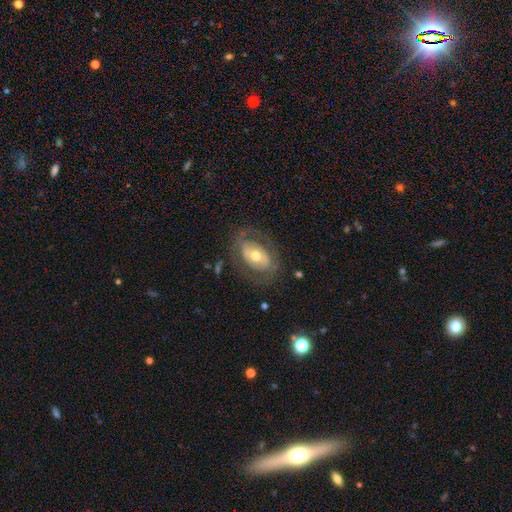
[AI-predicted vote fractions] Morphology: type=featured or disk (58%); edge-on=no (92%); bar=no (60%); spiral arms=no (66%); bulge=moderate (71%); merging=none (68%).